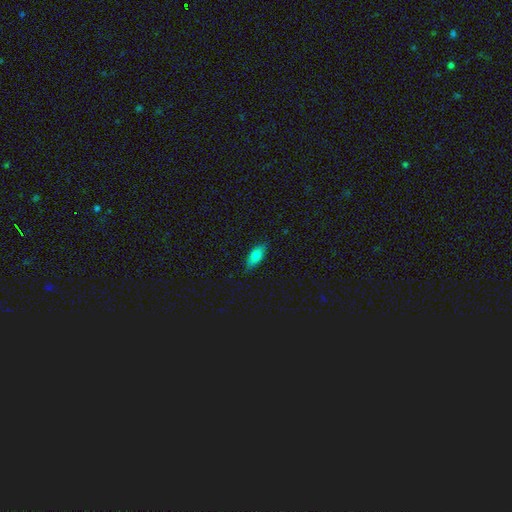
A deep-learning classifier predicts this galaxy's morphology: smooth_or_featured: smooth (p=0.76) [alt: featured or disk p=0.17]
how_rounded: in between (p=0.76) [alt: cigar-shaped p=0.21]
merging: none (p=0.83) [alt: minor disturbance p=0.13]